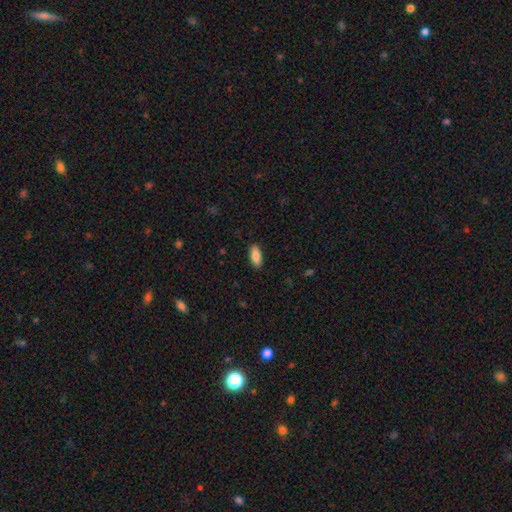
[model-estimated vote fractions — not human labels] Morphology: type=smooth (83%); roundness=in between (81%); merging=none (89%).